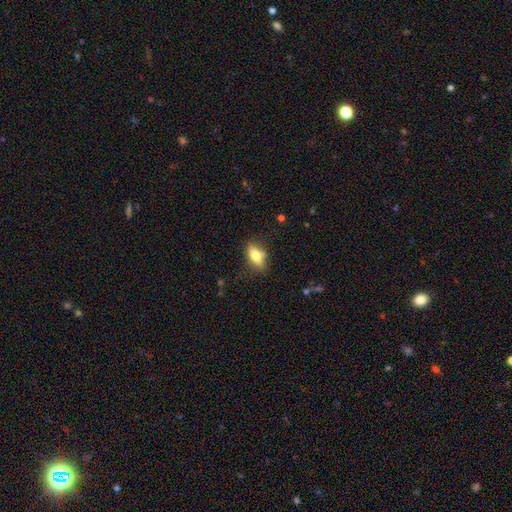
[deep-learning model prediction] The model was most divided on "smooth or featured": smooth: 64%, featured or disk: 28%, star or artifact: 8%. More confident: merging — none (76%); how rounded — in between (76%).